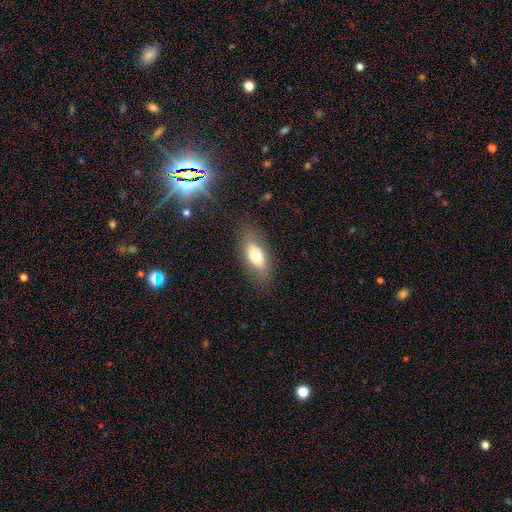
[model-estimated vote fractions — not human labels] Q: Smooth or featured?
A: smooth (67%); runner-up: featured or disk (25%)
Q: How rounded?
A: in between (89%); runner-up: cigar-shaped (6%)
Q: Merging?
A: none (79%); runner-up: minor disturbance (14%)